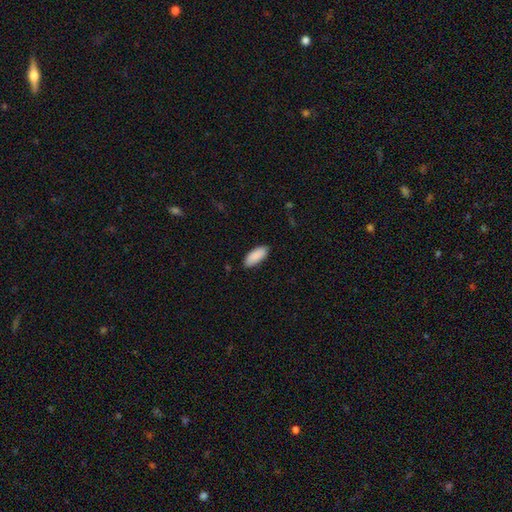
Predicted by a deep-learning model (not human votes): Overall: smooth (91%). How rounded: in between (85%). Merging: none (87%).